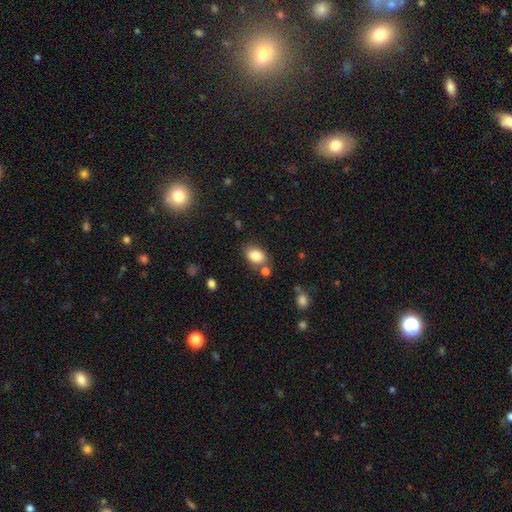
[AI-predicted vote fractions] Smooth or featured?
  - smooth: 83% *
  - star or artifact: 9%
  - featured or disk: 8%
How rounded?
  - in between: 77% *
  - round: 21%
  - cigar-shaped: 1%
Merging?
  - none: 69% *
  - minor disturbance: 16%
  - merger: 11%
  - major disturbance: 4%